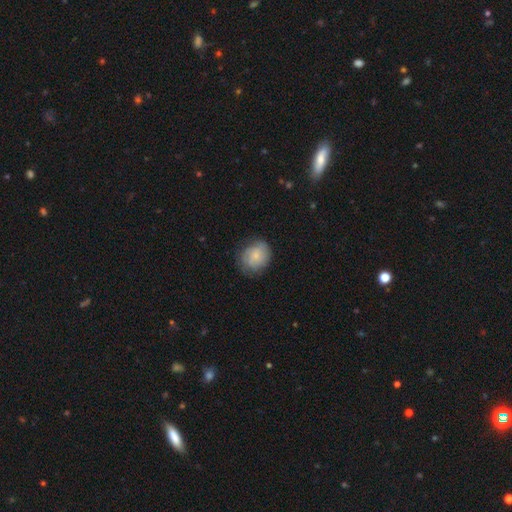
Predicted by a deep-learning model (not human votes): Q: Smooth or featured?
A: smooth (66%); runner-up: featured or disk (27%)
Q: How rounded?
A: round (73%); runner-up: in between (26%)
Q: Merging?
A: none (71%); runner-up: minor disturbance (21%)